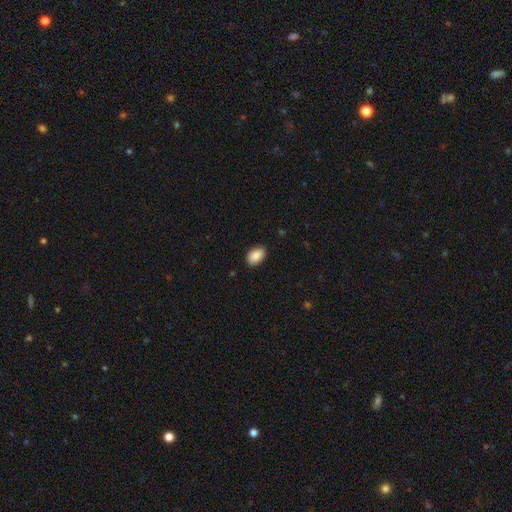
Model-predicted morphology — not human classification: smooth 89%, star or artifact 7%, featured or disk 4%. Down the decision tree: how rounded — in between (92%); merging — none (88%).